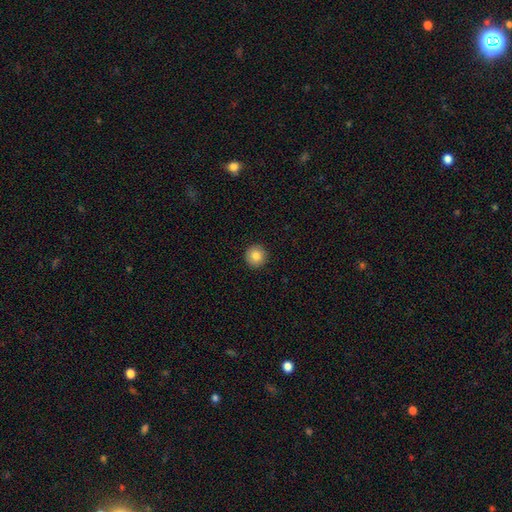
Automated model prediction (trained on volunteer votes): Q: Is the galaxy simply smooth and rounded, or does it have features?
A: smooth — 85%.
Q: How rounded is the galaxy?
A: round — 95%.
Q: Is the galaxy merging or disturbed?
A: none — 93%.